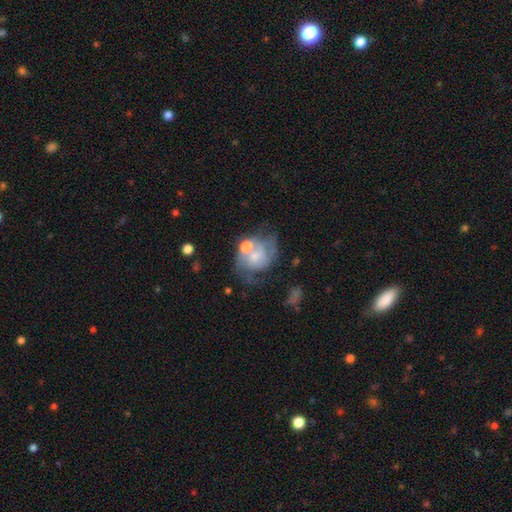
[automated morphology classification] type=featured or disk (60%); edge-on=no (98%); bar=no (75%); spiral arms=yes (71%); bulge=small (40%); merging=none (32%).